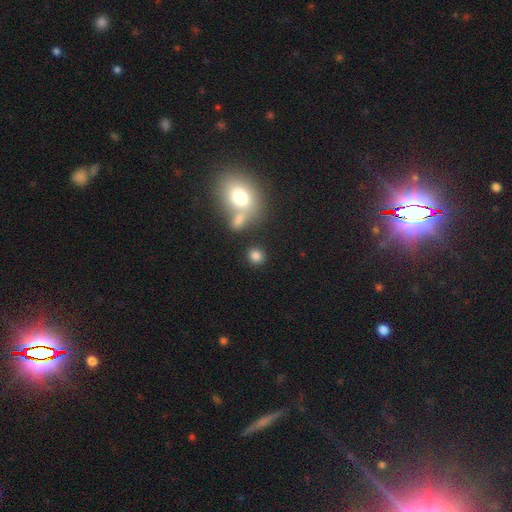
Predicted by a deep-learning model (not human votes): Q: Smooth or featured?
A: smooth (82%); runner-up: star or artifact (12%)
Q: How rounded?
A: round (81%); runner-up: in between (18%)
Q: Merging?
A: none (77%); runner-up: merger (11%)